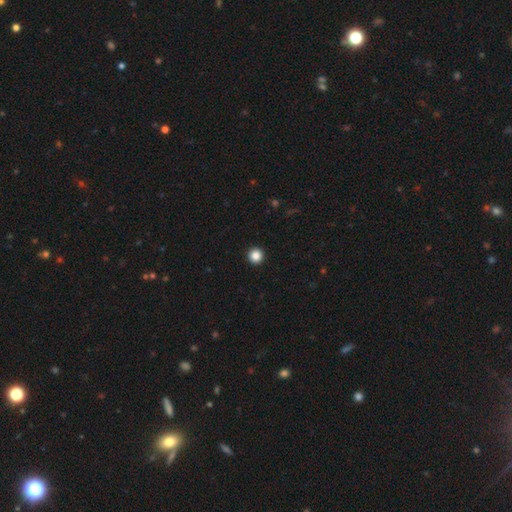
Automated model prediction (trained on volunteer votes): Smooth or featured?
  - smooth: 86% *
  - star or artifact: 11%
  - featured or disk: 3%
How rounded?
  - round: 96% *
  - in between: 3%
  - cigar-shaped: 1%
Merging?
  - none: 94% *
  - minor disturbance: 4%
  - major disturbance: 1%
  - merger: 1%